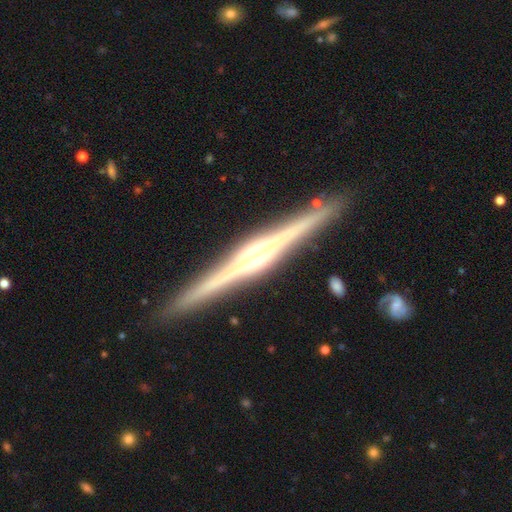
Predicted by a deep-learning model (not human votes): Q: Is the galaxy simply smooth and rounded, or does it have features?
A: featured or disk — 89%.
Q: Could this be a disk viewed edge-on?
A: yes — 99%.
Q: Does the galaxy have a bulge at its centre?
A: rounded — 60%.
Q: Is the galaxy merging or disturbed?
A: none — 91%.